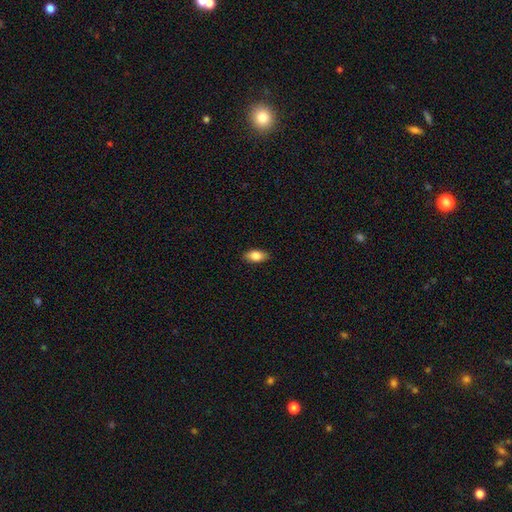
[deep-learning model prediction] This appears to be a smooth galaxy with no disk features (83%) that is in between round and cigar-shaped (90%). Merging: none (88%).